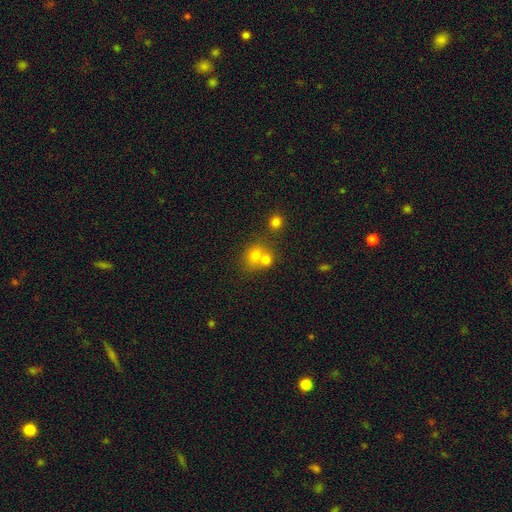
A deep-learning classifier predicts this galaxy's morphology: Overall: smooth (71%). How rounded: round (69%; in between 30%). Merging: merger (52%; none 37%).